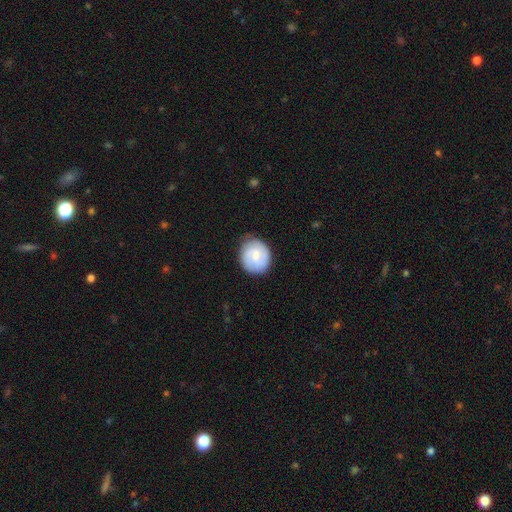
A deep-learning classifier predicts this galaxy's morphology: This is possibly a smooth galaxy (55%). How rounded: clearly round (81%). Merging: likely none (78%).